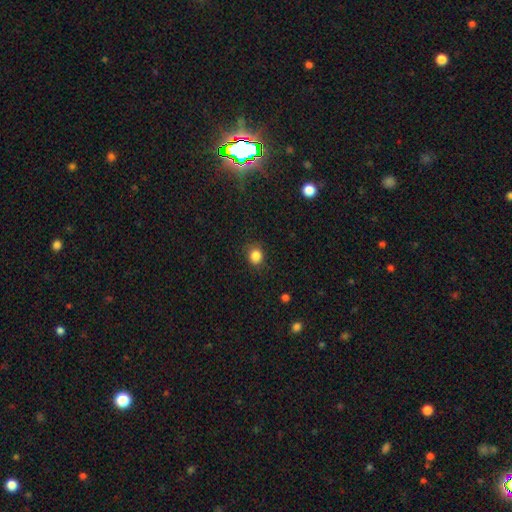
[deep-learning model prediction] A smooth galaxy with no disk features (85%) that is round (79%).

Vote fractions:
- Smooth or featured? smooth: 85% / star or artifact: 11% / featured or disk: 4%
- How rounded? round: 79% / in between: 20% / cigar-shaped: 1%
- Merging? none: 84% / minor disturbance: 12% / major disturbance: 3% / merger: 1%